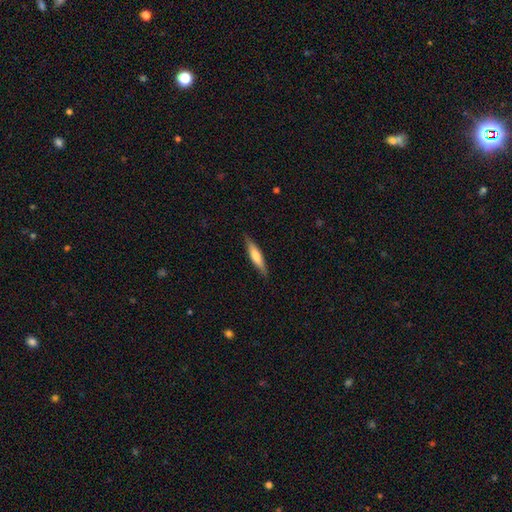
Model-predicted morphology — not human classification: A smooth galaxy with no disk features (60%) that is cigar-shaped (84%).

Vote fractions:
- Smooth or featured? smooth: 60% / featured or disk: 35% / star or artifact: 6%
- How rounded? cigar-shaped: 84% / in between: 15% / round: 1%
- Merging? none: 87% / minor disturbance: 10% / major disturbance: 2% / merger: 1%